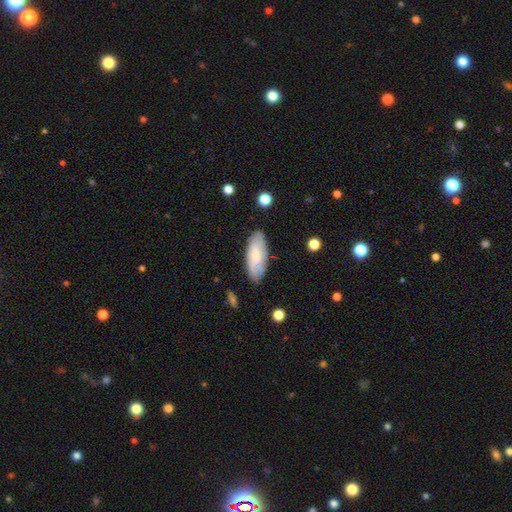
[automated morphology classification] Smooth or featured? smooth (70%)
How rounded? in between (80%)
Merging? none (81%)